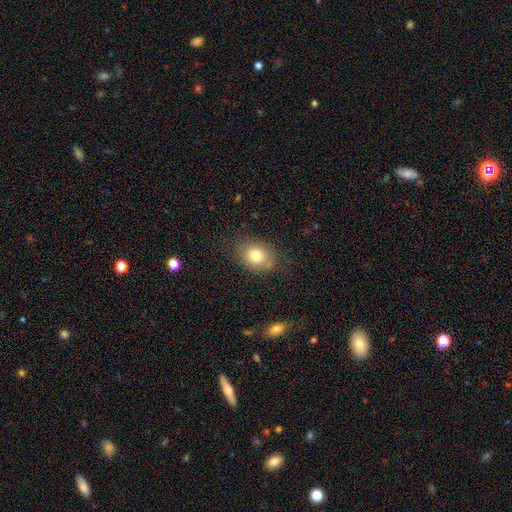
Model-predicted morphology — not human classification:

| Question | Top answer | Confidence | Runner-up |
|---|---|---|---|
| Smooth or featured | smooth | 75% | featured or disk (14%) |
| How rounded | in between | 54% | round (45%) |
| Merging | none | 74% | minor disturbance (17%) |